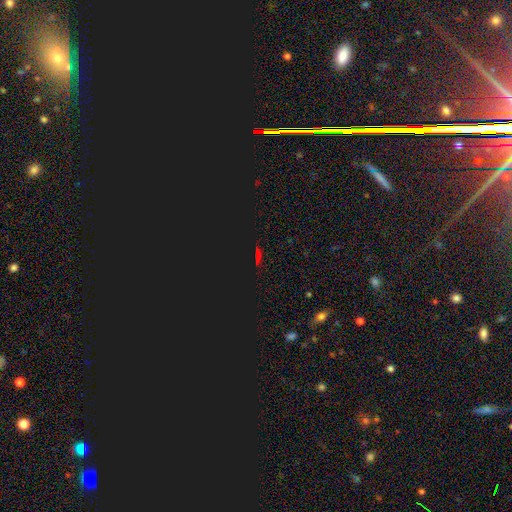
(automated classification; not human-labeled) Smooth or featured?
  - star or artifact: 67% *
  - smooth: 21%
  - featured or disk: 12%